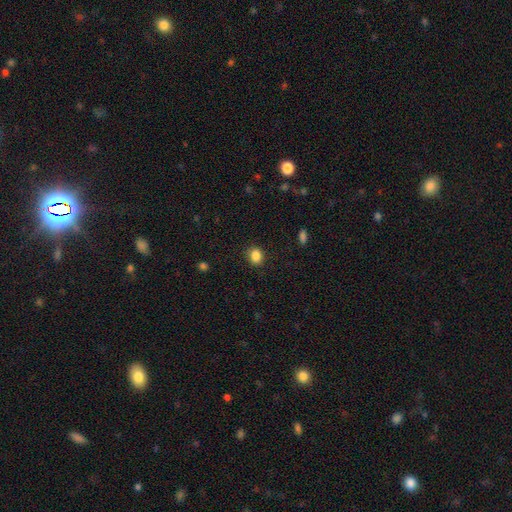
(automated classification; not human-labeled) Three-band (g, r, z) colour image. It shows a smooth galaxy with no disk features (86%) that is in between round and cigar-shaped (51%). Merging: none (86%).